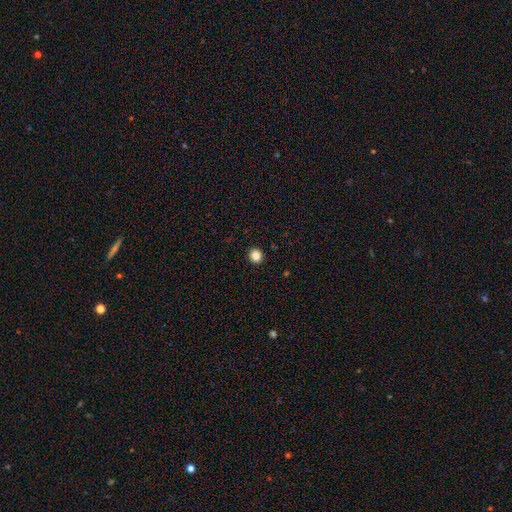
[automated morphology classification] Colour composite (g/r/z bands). It shows a smooth galaxy with no disk features (84%) that is round (92%). Merging: none (93%).